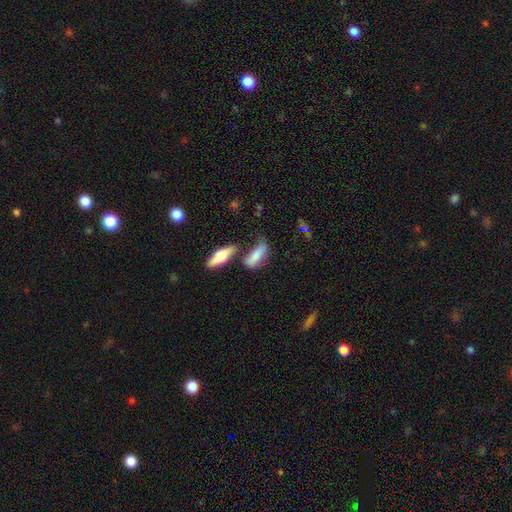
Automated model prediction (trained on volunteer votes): Q: Smooth or featured?
A: smooth (72%); runner-up: featured or disk (20%)
Q: How rounded?
A: in between (67%); runner-up: cigar-shaped (30%)
Q: Merging?
A: none (41%); runner-up: minor disturbance (25%)